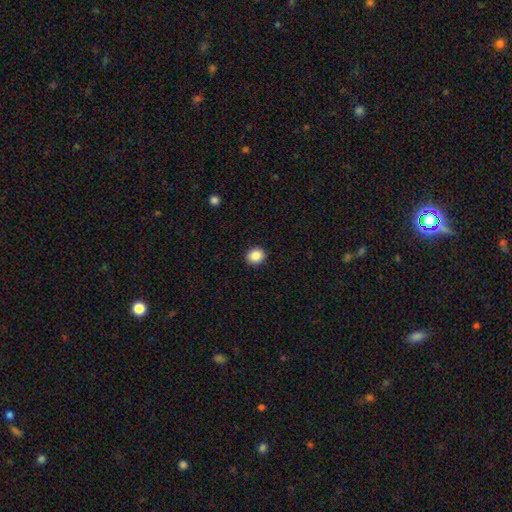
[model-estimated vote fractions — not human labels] smooth 87%, star or artifact 9%, featured or disk 3%. Down the decision tree: how rounded — round (78%); merging — none (92%).